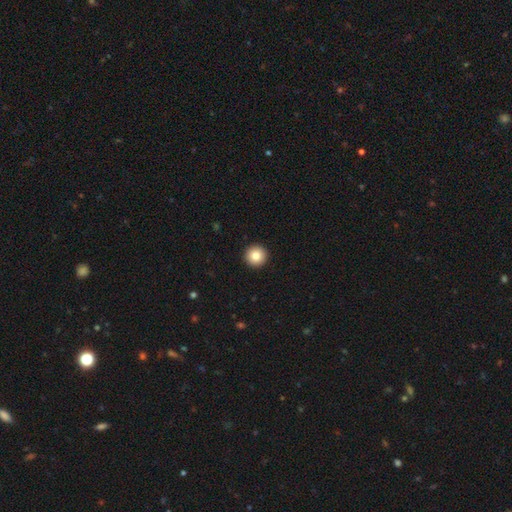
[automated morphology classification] smooth 84%, star or artifact 9%, featured or disk 8%. Down the decision tree: how rounded — round (97%); merging — none (94%).